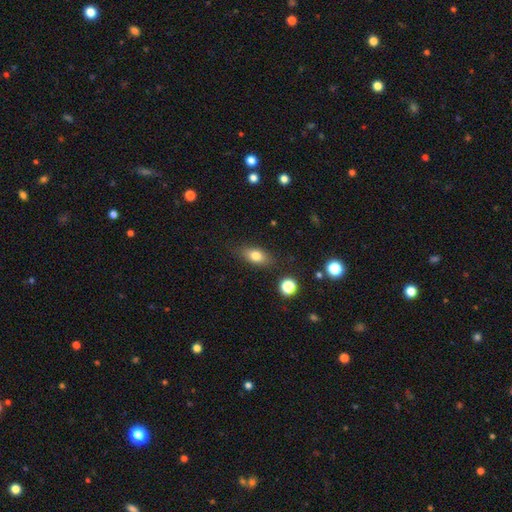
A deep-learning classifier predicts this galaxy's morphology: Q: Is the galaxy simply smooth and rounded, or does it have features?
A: smooth — 79%.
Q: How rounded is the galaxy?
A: in between — 82%.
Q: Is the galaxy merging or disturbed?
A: none — 82%.